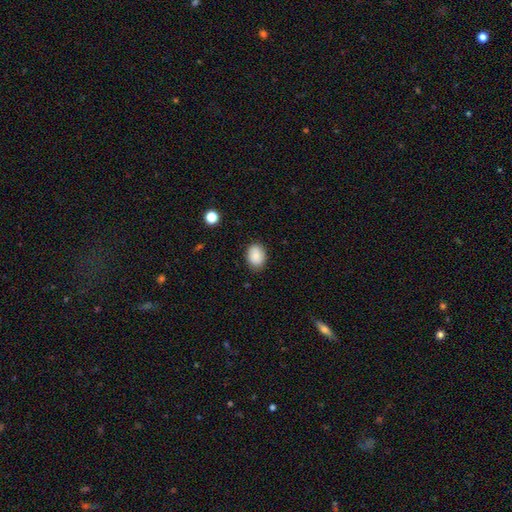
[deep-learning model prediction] This appears to be a smooth galaxy with no disk features (83%) that is in between round and cigar-shaped (64%). Merging: none (83%).